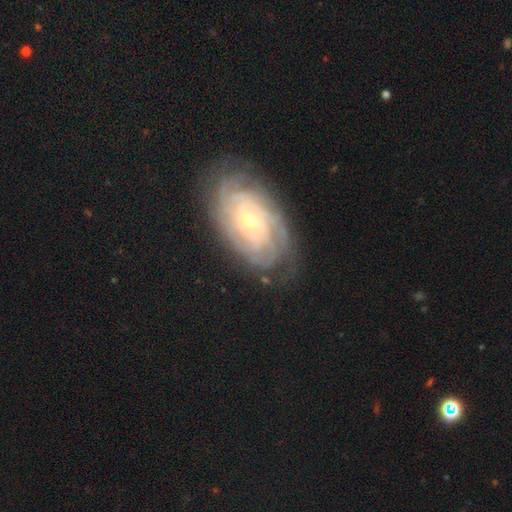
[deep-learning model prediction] Smooth or featured: featured or disk — 84% (smooth — 9%)
Edge-on disk: no — 96% (yes — 4%)
Bar: no — 66% (weak — 26%)
Spiral arms: yes — 96% (no — 4%)
Spiral winding: tight — 82% (medium — 14%)
Spiral arm count: can't tell — 37% (4 — 17%)
Bulge size: small — 63% (moderate — 33%)
Merging: none — 80% (minor disturbance — 14%)